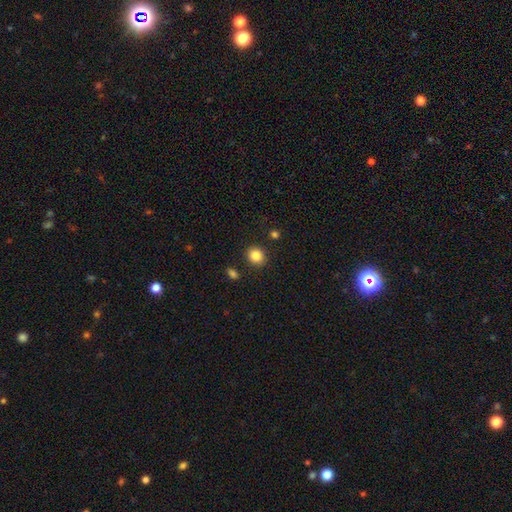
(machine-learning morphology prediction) smooth 85%, star or artifact 10%, featured or disk 5%. Down the decision tree: how rounded — round (80%); merging — none (89%).